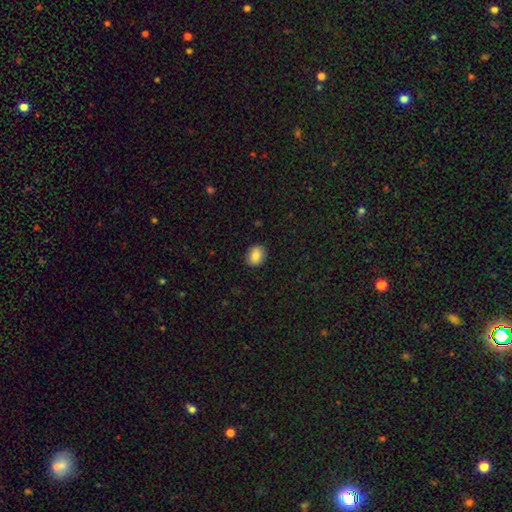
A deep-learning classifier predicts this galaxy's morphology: smooth-or-featured: smooth: 85% | star or artifact: 8% | featured or disk: 7%
  how-rounded: in between: 55% | round: 44% | cigar-shaped: 1%
  merging: none: 89% | minor disturbance: 8% | major disturbance: 2% | merger: 1%